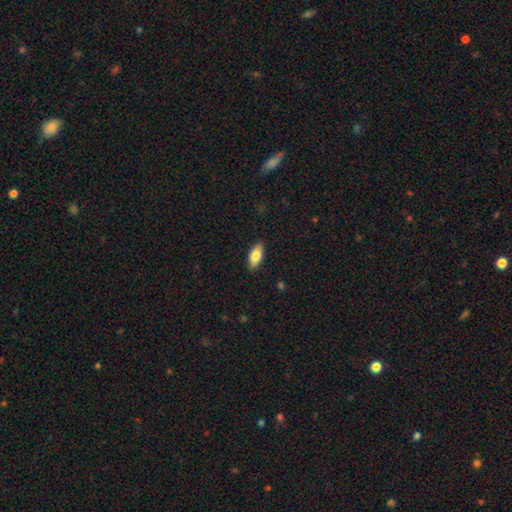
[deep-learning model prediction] smooth_or_featured: smooth (p=0.79) [alt: featured or disk p=0.15]
how_rounded: in between (p=0.85) [alt: cigar-shaped p=0.13]
merging: none (p=0.89) [alt: minor disturbance p=0.08]